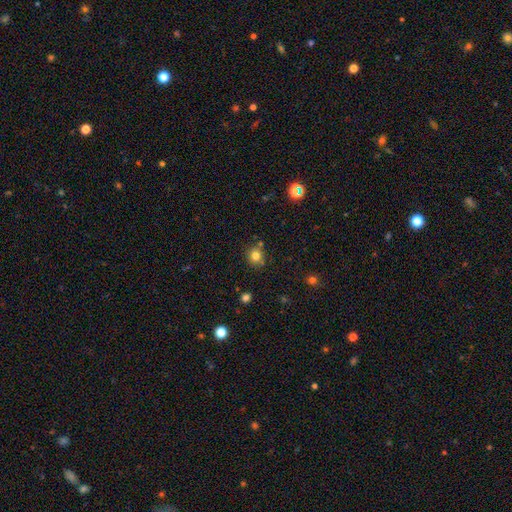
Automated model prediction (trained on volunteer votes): The model was most divided on "smooth or featured": smooth: 80%, star or artifact: 14%, featured or disk: 6%. More confident: how rounded — round (88%); merging — none (80%).